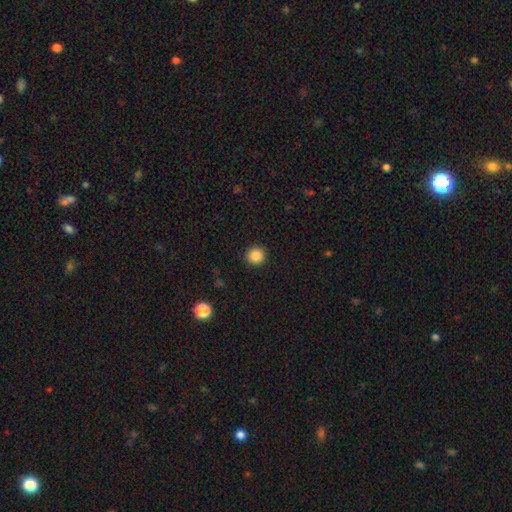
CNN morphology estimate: Q: Smooth or featured?
A: smooth (86%); runner-up: star or artifact (10%)
Q: How rounded?
A: round (95%); runner-up: in between (4%)
Q: Merging?
A: none (93%); runner-up: minor disturbance (5%)